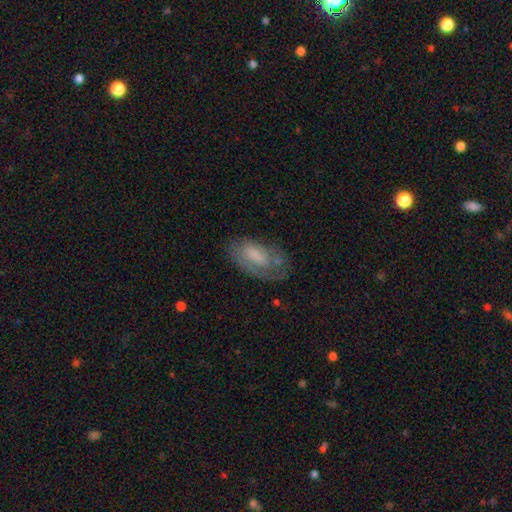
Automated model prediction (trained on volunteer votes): smooth 56%, featured or disk 37%, star or artifact 7%. Down the decision tree: how rounded — in between (90%); merging — none (54%).